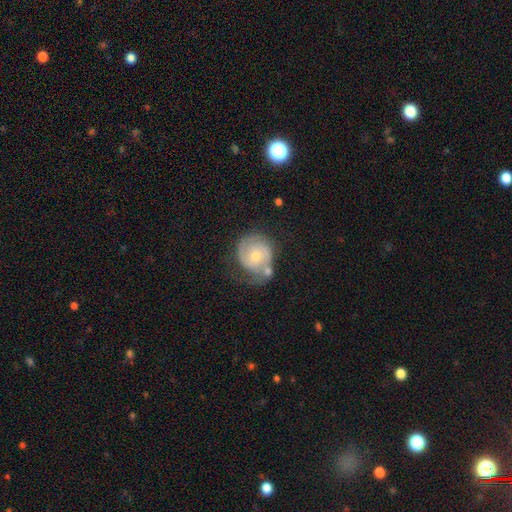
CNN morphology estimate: A featured or disk galaxy (75%) with no bar (65%), 2 (75%) medium (43%, tied with tight) spiral arms (92%) and a moderate central bulge (48%).

Vote fractions:
- Smooth or featured? featured or disk: 75% / smooth: 19% / star or artifact: 6%
- Edge-on disk? no: 98% / yes: 2%
- Bar? no: 65% / weak: 30% / strong: 5%
- Spiral arms? yes: 92% / no: 8%
- Spiral winding? medium: 43% (tied) / tight: 43% (tied) / loose: 14%
- Spiral arm count? 2: 75% / can't tell: 12% / 3: 5% / 1: 5% / 4: 2% / more than 4: 2%
- Bulge size? moderate: 48% / small: 47% / large: 2% / none: 1% / dominant: 1%
- Merging? none: 49% / minor disturbance: 24% / merger: 15% / major disturbance: 13%